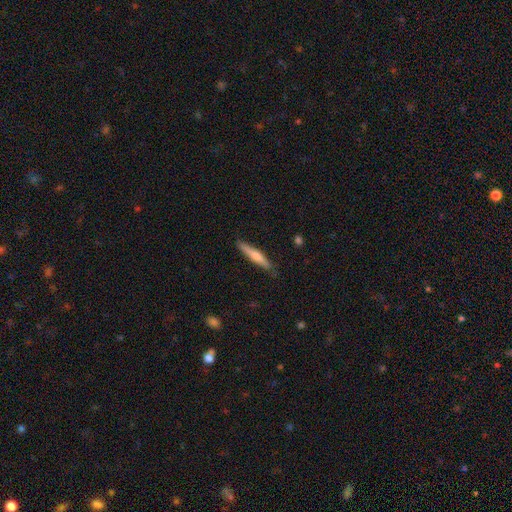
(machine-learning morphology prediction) smooth 62%, featured or disk 33%, star or artifact 5%. Down the decision tree: how rounded — cigar-shaped (91%); merging — none (83%).